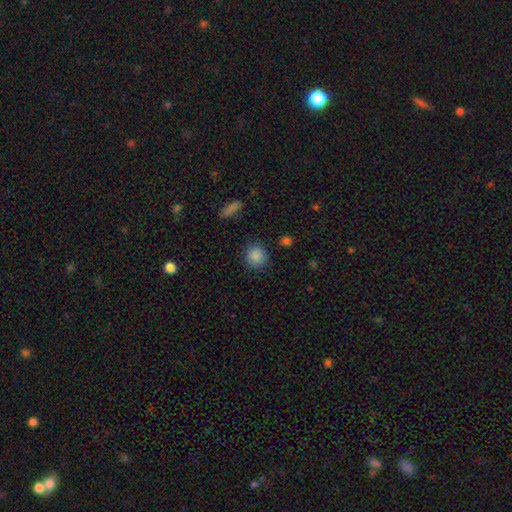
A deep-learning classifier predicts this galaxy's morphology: Overall: smooth (86%). How rounded: round (87%). Merging: none (86%).